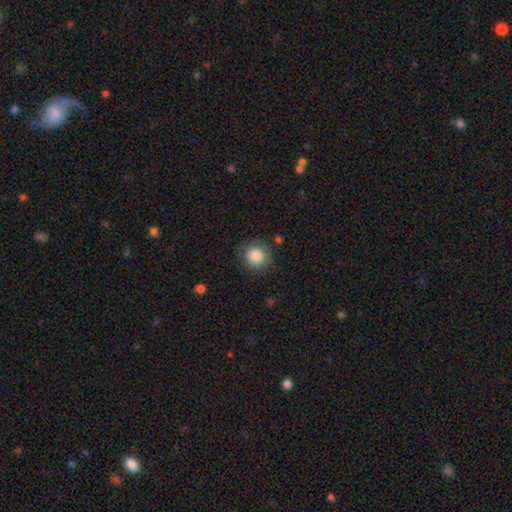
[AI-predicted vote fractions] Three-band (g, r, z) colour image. It shows a smooth galaxy with no disk features (84%) that is round (93%). Merging: none (84%).